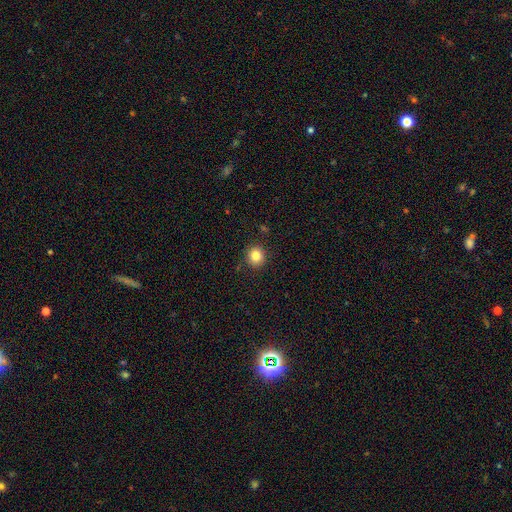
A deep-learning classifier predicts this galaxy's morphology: smooth_or_featured: smooth (p=0.83) [alt: star or artifact p=0.11]
how_rounded: round (p=0.87) [alt: in between p=0.12]
merging: none (p=0.89) [alt: minor disturbance p=0.07]